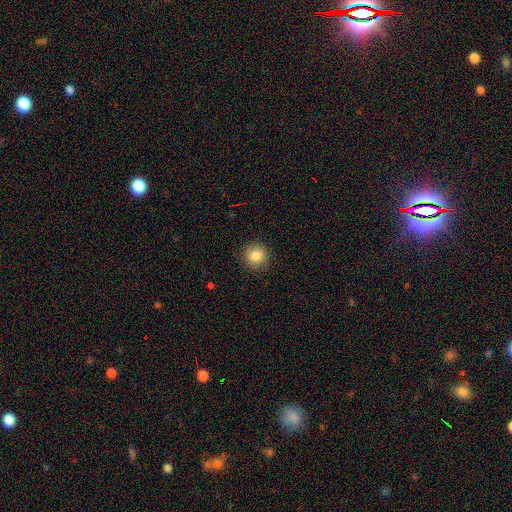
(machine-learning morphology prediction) smooth 84%, star or artifact 10%, featured or disk 6%. Down the decision tree: how rounded — round (92%); merging — none (89%).